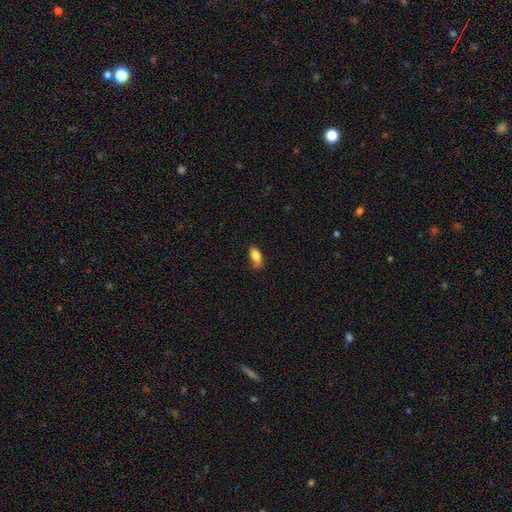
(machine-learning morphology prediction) This is clearly a smooth galaxy (83%). How rounded: clearly in between (85%). Merging: possibly none (59%).